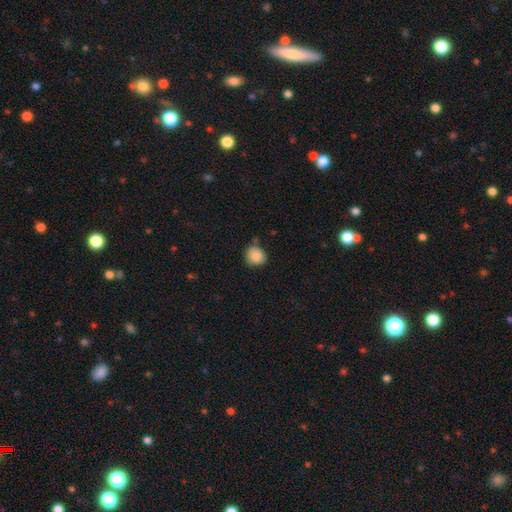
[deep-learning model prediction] Smooth or featured? Predicted: smooth (p=0.87). How rounded? Predicted: round (p=0.76). Merging? Predicted: none (p=0.69).